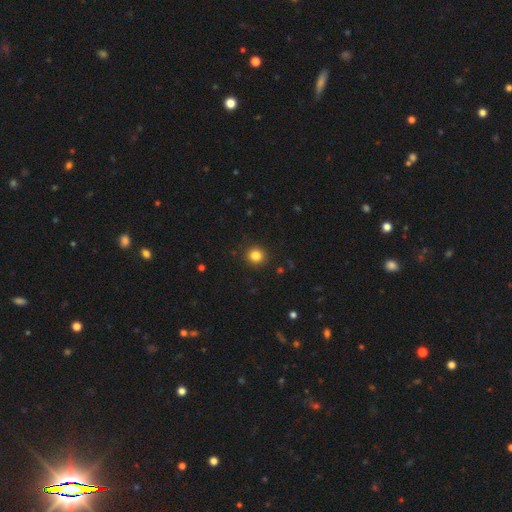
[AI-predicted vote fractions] This is clearly a smooth galaxy (83%). How rounded: clearly round (93%). Merging: clearly none (91%).